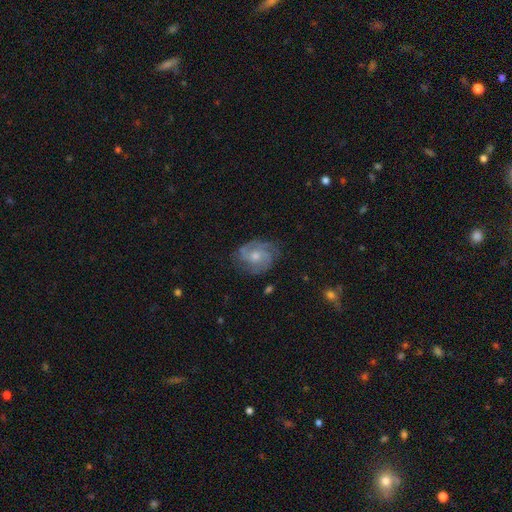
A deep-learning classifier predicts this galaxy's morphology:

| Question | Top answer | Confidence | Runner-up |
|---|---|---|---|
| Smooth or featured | featured or disk | 82% | smooth (12%) |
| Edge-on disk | no | 97% | yes (3%) |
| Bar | no | 66% | weak (29%) |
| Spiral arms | yes | 96% | no (4%) |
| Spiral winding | medium | 46% | tight (42%) |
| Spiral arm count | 2 | 49% | 3 (28%) |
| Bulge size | moderate | 57% | small (34%) |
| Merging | none | 74% | minor disturbance (18%) |